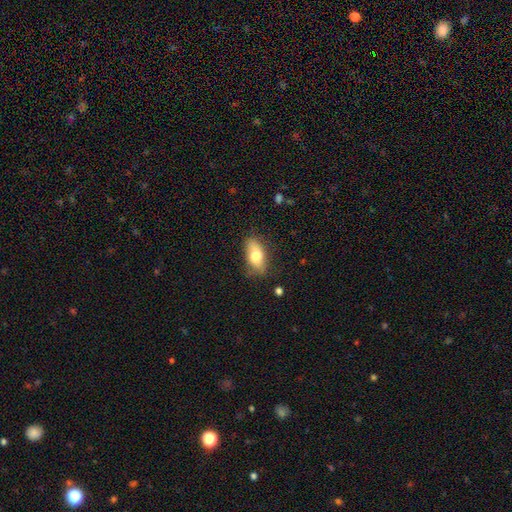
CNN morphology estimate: smooth_or_featured: smooth (p=0.70) [alt: featured or disk p=0.23]
how_rounded: in between (p=0.85) [alt: cigar-shaped p=0.10]
merging: none (p=0.72) [alt: minor disturbance p=0.21]